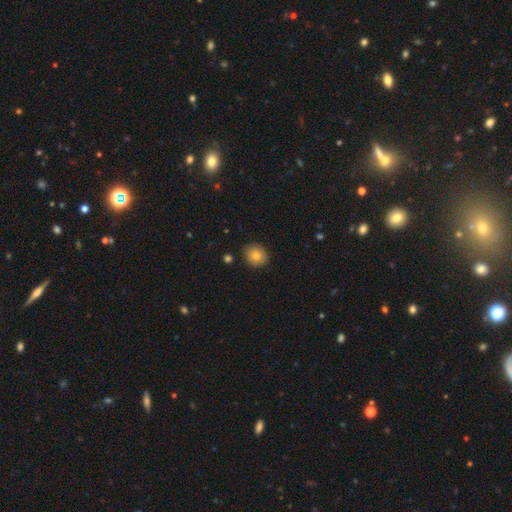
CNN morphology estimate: smooth-or-featured: smooth: 80% | featured or disk: 11% | star or artifact: 10%
  how-rounded: round: 86% | in between: 13% | cigar-shaped: 1%
  merging: none: 89% | minor disturbance: 8% | major disturbance: 2% | merger: 1%